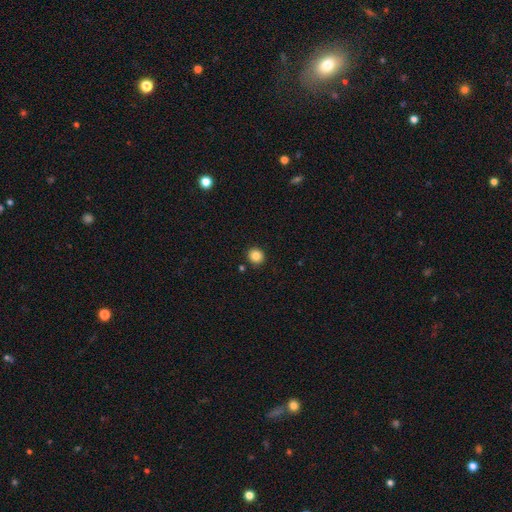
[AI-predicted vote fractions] Smooth or featured? smooth (84%)
How rounded? round (92%)
Merging? none (91%)